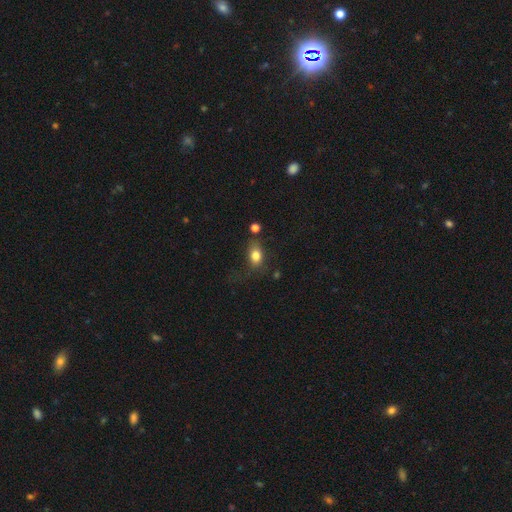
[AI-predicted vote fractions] The model was most divided on "merging": none: 59%, minor disturbance: 23%, major disturbance: 13%, merger: 5%. More confident: smooth or featured — smooth (81%); how rounded — in between (73%).